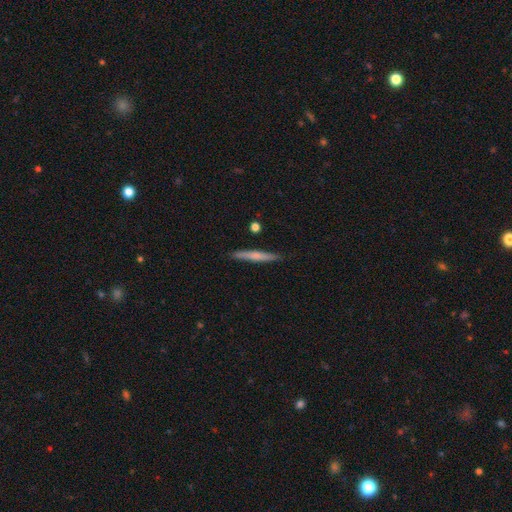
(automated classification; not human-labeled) This appears to be a smooth galaxy with no disk features (54%) that is cigar-shaped (95%). Merging: none (89%).